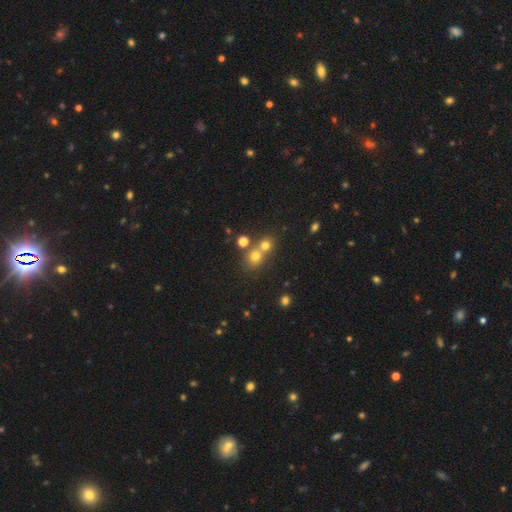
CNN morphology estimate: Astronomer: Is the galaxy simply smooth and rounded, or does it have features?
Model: smooth — 67%.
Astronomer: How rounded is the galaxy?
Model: round — 80%.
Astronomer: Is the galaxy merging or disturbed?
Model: none — 46% (runner-up: merger, 45%).